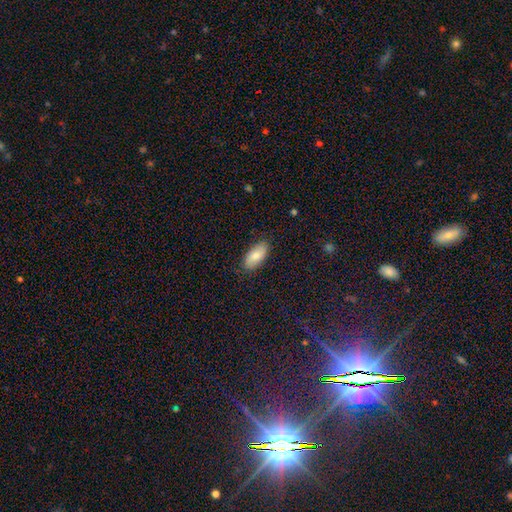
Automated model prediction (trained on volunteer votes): Smooth or featured: smooth — 82% (featured or disk — 12%)
How rounded: in between — 92% (cigar-shaped — 6%)
Merging: none — 85% (minor disturbance — 12%)